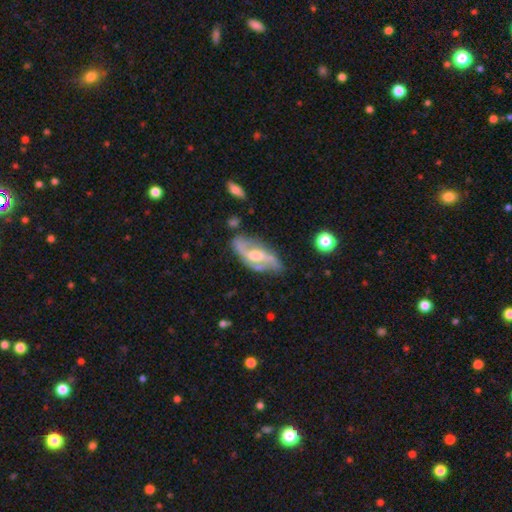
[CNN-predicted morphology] smooth-or-featured: featured or disk: 83% | smooth: 11% | star or artifact: 5%
  disk-edge-on: no: 93% | yes: 7%
    bar: weak: 47% | no: 34% | strong: 20%
    has-spiral-arms: yes: 93% | no: 7%
      spiral-winding: loose: 44% | medium: 42% | tight: 14%
      spiral-arm-count: 2: 85% | can't tell: 7% | 3: 3% | 1: 2% | 4: 1% | more than 4: 1%
    bulge-size: moderate: 64% | small: 21% | large: 11% | none: 3% | dominant: 1%
  merging: none: 67% | minor disturbance: 21% | major disturbance: 8% | merger: 4%